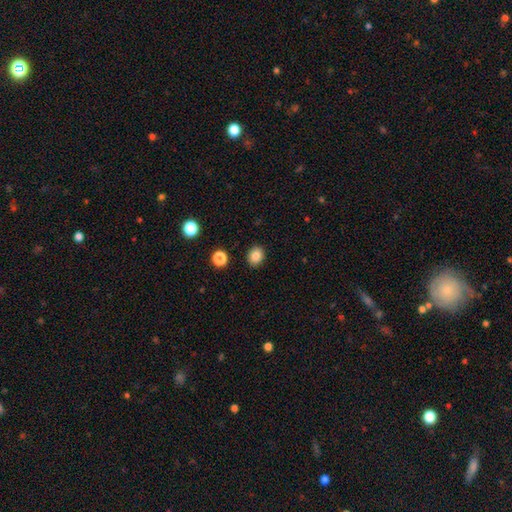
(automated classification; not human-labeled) smooth_or_featured: smooth (p=0.85) [alt: star or artifact p=0.10]
how_rounded: round (p=0.57) [alt: in between p=0.43]
merging: none (p=0.89) [alt: minor disturbance p=0.07]